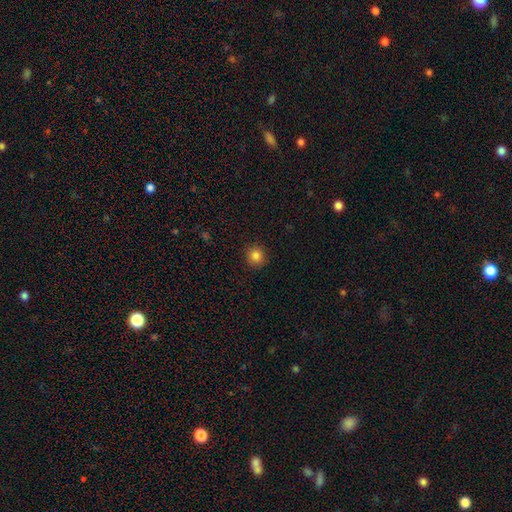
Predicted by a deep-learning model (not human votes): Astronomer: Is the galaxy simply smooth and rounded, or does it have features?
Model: smooth — 84%.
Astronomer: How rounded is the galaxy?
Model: round — 94%.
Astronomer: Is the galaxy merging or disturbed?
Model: none — 92%.